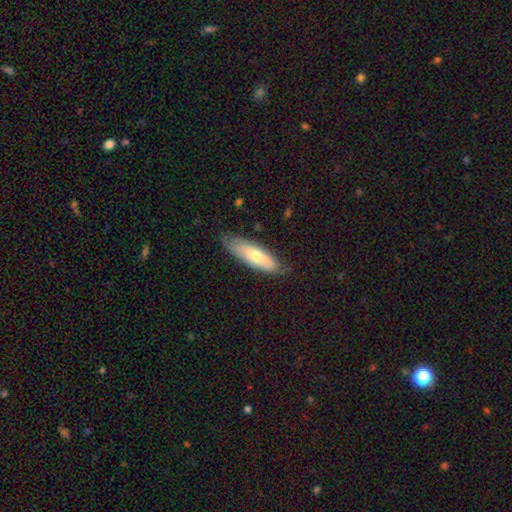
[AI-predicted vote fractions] A smooth galaxy with no disk features (62%) that is in between round and cigar-shaped (51%).

Vote fractions:
- Smooth or featured? smooth: 62% / featured or disk: 32% / star or artifact: 6%
- How rounded? in between: 51% / cigar-shaped: 47% / round: 2%
- Merging? none: 73% / minor disturbance: 22% / major disturbance: 4% / merger: 1%